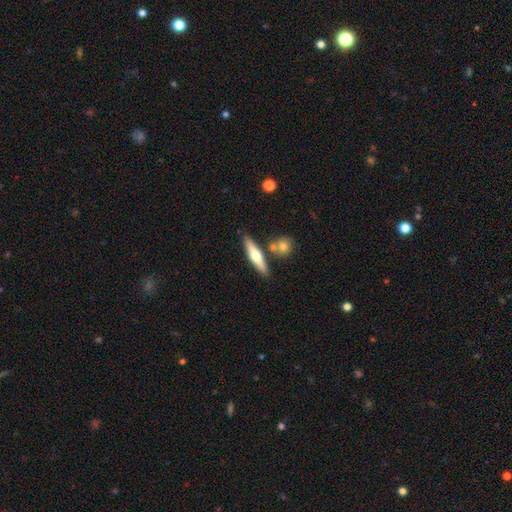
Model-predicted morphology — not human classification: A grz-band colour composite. It shows a featured or disk galaxy (49%). Merging: none (77%).